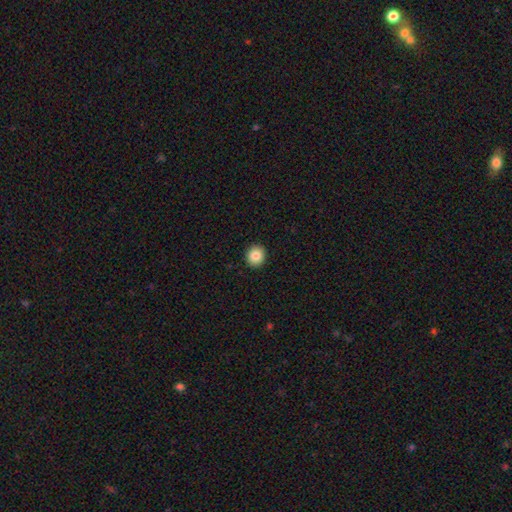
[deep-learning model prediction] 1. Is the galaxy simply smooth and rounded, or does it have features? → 84% smooth, 9% star or artifact, 7% featured or disk.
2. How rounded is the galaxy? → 81% round, 18% in between, 1% cigar-shaped.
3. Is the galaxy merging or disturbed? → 92% none, 5% minor disturbance, 2% major disturbance, 1% merger.